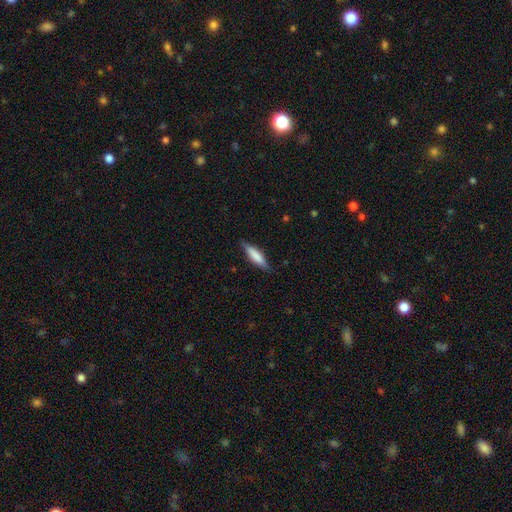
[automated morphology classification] This is likely a smooth galaxy (69%). How rounded: likely cigar-shaped (70%). Merging: clearly none (82%).